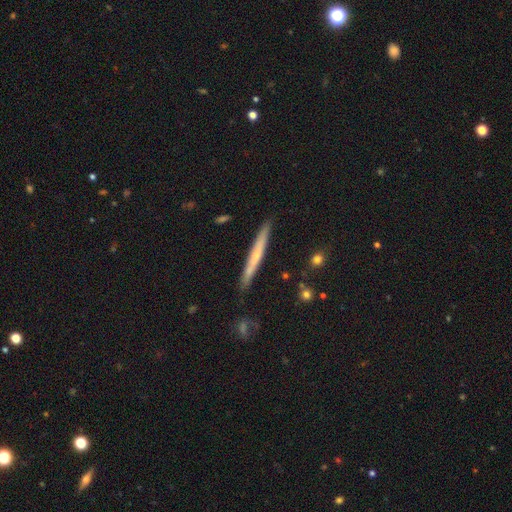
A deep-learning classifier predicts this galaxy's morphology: The model was most divided on "smooth or featured": featured or disk: 52%, smooth: 42%, star or artifact: 6%. More confident: edge-on disk — yes (95%); merging — none (88%).